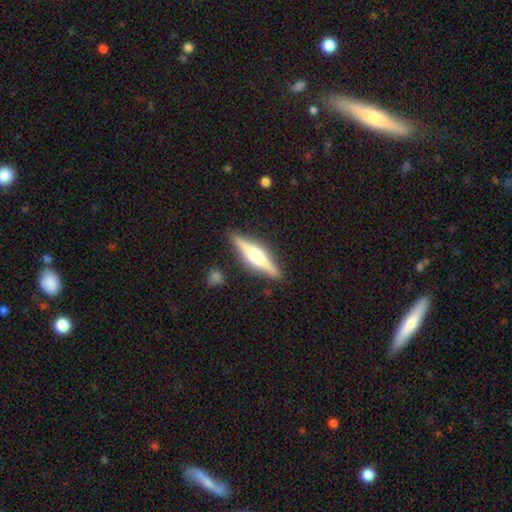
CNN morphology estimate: Smooth or featured: featured or disk — 71% (smooth — 23%)
Edge-on disk: yes — 97% (no — 3%)
Edge-on bulge: rounded — 89% (boxy — 8%)
Merging: none — 89% (minor disturbance — 8%)